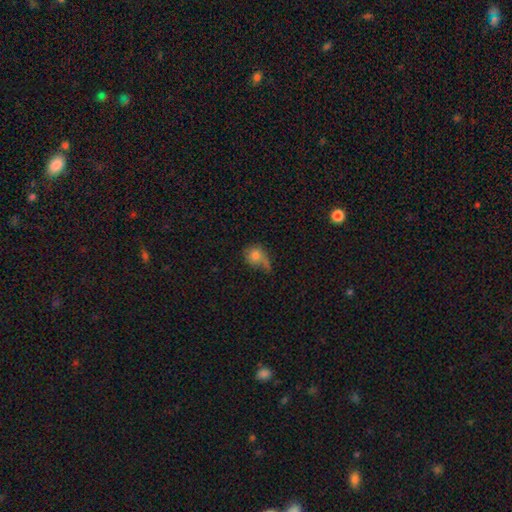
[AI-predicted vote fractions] Smooth or featured?
  - smooth: 73% *
  - featured or disk: 16%
  - star or artifact: 11%
How rounded?
  - round: 56% *
  - in between: 42%
  - cigar-shaped: 2%
Merging?
  - none: 32% *
  - minor disturbance: 31%
  - major disturbance: 29%
  - merger: 9%